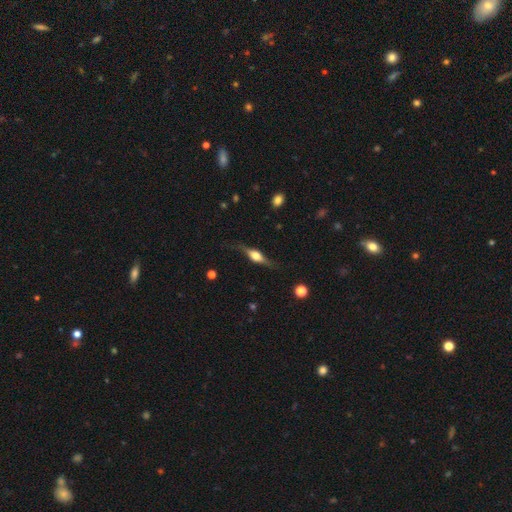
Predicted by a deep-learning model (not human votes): featured or disk 69%, smooth 24%, star or artifact 6%. Down the decision tree: edge-on disk — yes (92%); edge-on bulge — rounded (90%); merging — none (74%).